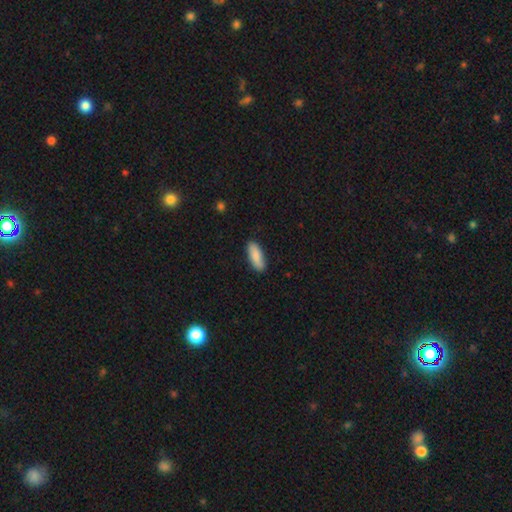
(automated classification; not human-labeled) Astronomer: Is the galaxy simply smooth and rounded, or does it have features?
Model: smooth — 85%.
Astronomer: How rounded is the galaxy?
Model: in between — 67%.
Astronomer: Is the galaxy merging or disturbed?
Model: none — 86%.